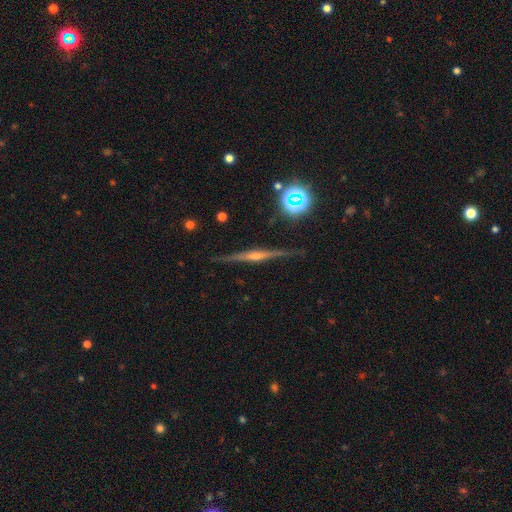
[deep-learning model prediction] featured or disk 78%, smooth 12%, star or artifact 10%. Down the decision tree: edge-on disk — yes (97%); edge-on bulge — rounded (77%); merging — none (86%).